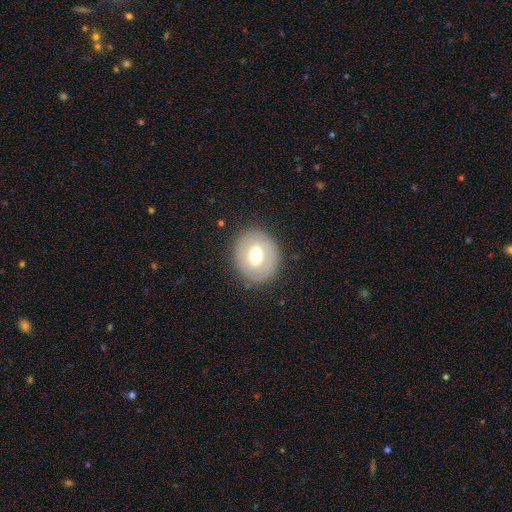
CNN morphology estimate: smooth-or-featured: smooth: 55% | featured or disk: 37% | star or artifact: 8%
  how-rounded: round: 72% | in between: 27% | cigar-shaped: 1%
  merging: none: 84% | minor disturbance: 10% | major disturbance: 5% | merger: 1%